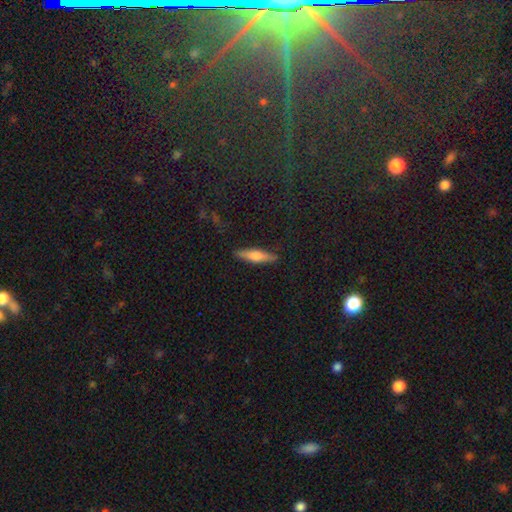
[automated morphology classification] smooth 55%, featured or disk 38%, star or artifact 7%. Down the decision tree: how rounded — cigar-shaped (76%); merging — none (89%).